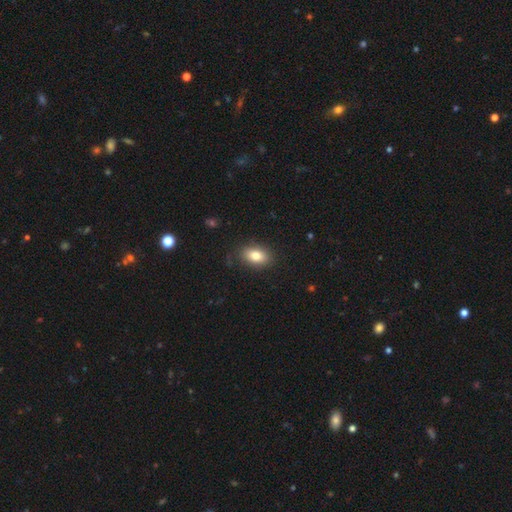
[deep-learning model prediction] Overall: smooth (81%). How rounded: in between (86%). Merging: none (84%).